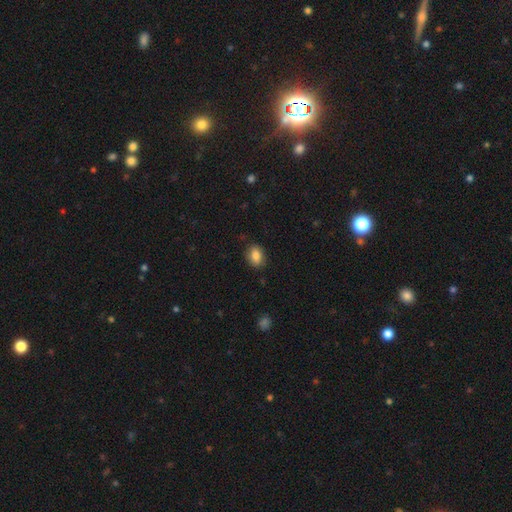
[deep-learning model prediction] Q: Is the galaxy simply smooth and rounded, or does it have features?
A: smooth — 85%.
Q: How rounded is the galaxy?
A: in between — 78%.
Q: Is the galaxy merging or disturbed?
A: none — 84%.